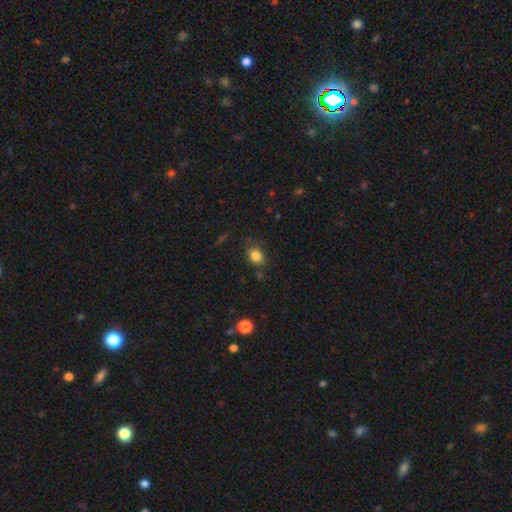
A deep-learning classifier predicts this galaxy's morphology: smooth 83%, star or artifact 11%, featured or disk 6%. Down the decision tree: how rounded — round (51%); merging — none (76%).